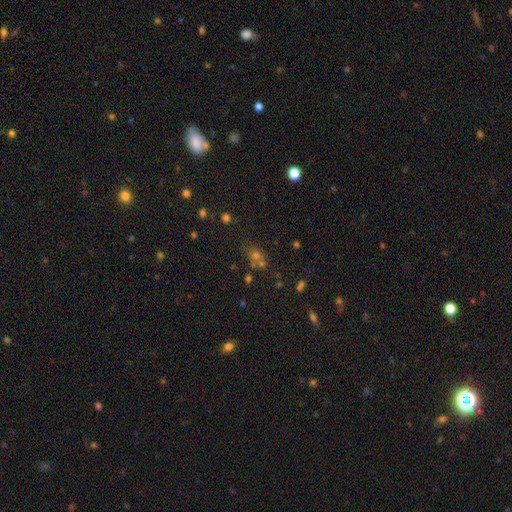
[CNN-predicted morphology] Smooth or featured? smooth (51%)
How rounded? round (71%)
Merging? none (53%)